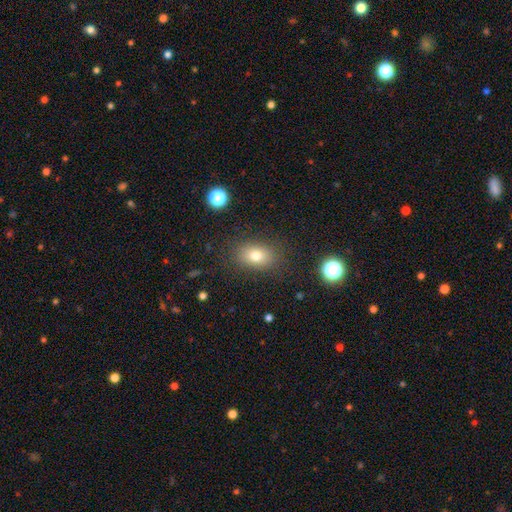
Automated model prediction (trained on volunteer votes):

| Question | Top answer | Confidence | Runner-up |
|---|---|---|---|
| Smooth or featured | smooth | 77% | star or artifact (12%) |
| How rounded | in between | 78% | round (21%) |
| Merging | none | 84% | minor disturbance (10%) |